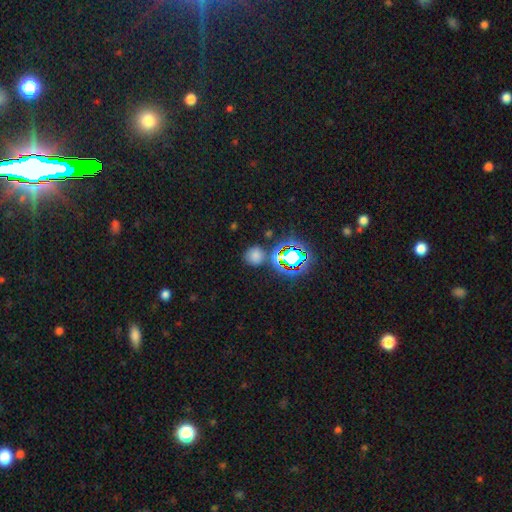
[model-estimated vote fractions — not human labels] smooth_or_featured: smooth (p=0.64) [alt: star or artifact p=0.29]
how_rounded: round (p=0.86) [alt: in between p=0.13]
merging: none (p=0.78) [alt: minor disturbance p=0.09]